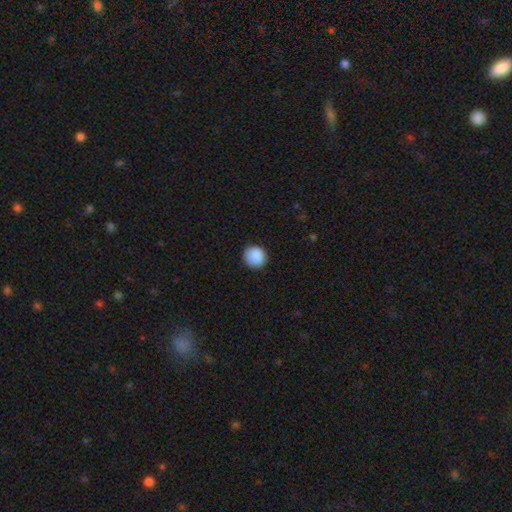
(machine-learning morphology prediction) Smooth or featured? smooth (88%)
How rounded? round (91%)
Merging? none (86%)